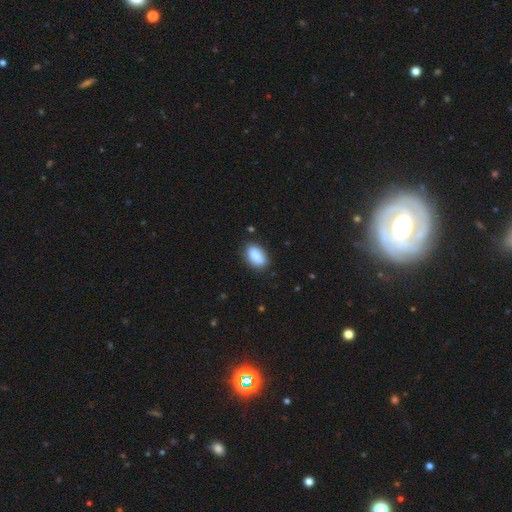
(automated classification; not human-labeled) Smooth or featured? Predicted: smooth (p=0.83). How rounded? Predicted: in between (p=0.89). Merging? Predicted: none (p=0.73).